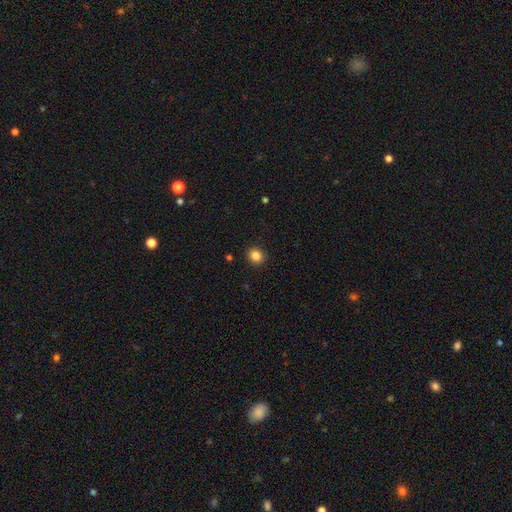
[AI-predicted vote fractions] Overall: smooth (85%). How rounded: round (79%). Merging: none (91%).